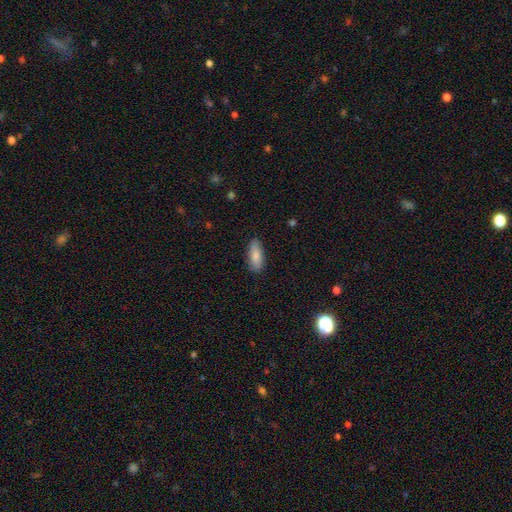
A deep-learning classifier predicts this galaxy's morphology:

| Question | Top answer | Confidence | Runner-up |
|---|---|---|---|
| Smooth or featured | smooth | 82% | featured or disk (12%) |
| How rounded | in between | 78% | cigar-shaped (20%) |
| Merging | none | 84% | minor disturbance (12%) |